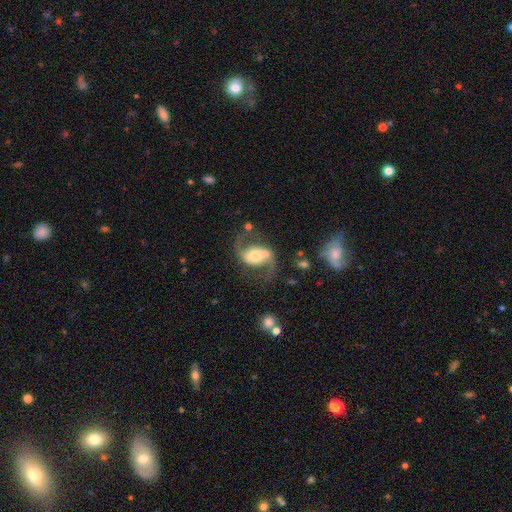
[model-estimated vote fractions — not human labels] The model was most divided on "bar": weak: 37%, strong: 33%, no: 30%. More confident: edge-on disk — no (97%); spiral arms — yes (95%); spiral arm count — 2 (93%); smooth or featured — featured or disk (85%); merging — none (64%); spiral winding — loose (58%); bulge size — moderate (53%).